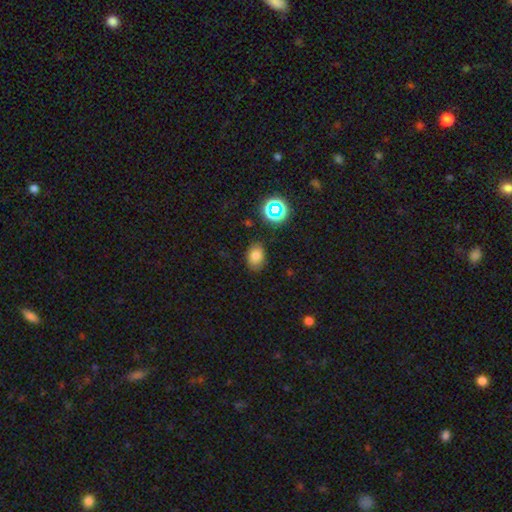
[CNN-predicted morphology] A smooth galaxy with no disk features (78%) that is in between round and cigar-shaped (76%).

Vote fractions:
- Smooth or featured? smooth: 78% / star or artifact: 15% / featured or disk: 7%
- How rounded? in between: 76% / round: 23% / cigar-shaped: 1%
- Merging? none: 81% / minor disturbance: 14% / major disturbance: 3% / merger: 2%